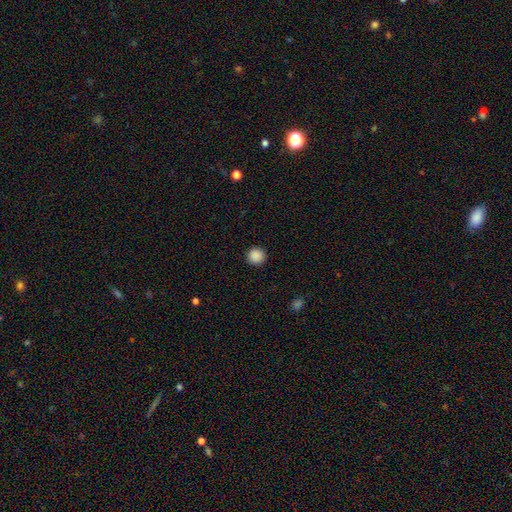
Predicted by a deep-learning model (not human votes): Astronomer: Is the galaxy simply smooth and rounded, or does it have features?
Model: smooth — 89%.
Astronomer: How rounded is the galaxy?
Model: round — 95%.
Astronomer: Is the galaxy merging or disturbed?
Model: none — 93%.